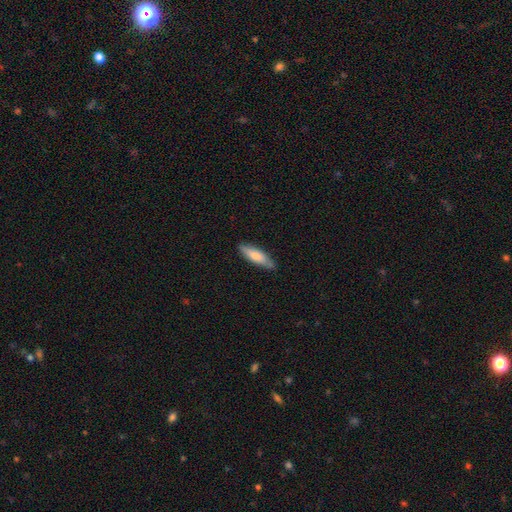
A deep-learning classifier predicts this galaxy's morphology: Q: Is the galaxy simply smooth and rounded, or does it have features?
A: smooth — 74%.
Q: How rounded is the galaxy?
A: cigar-shaped — 60%.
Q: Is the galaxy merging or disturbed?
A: none — 82%.